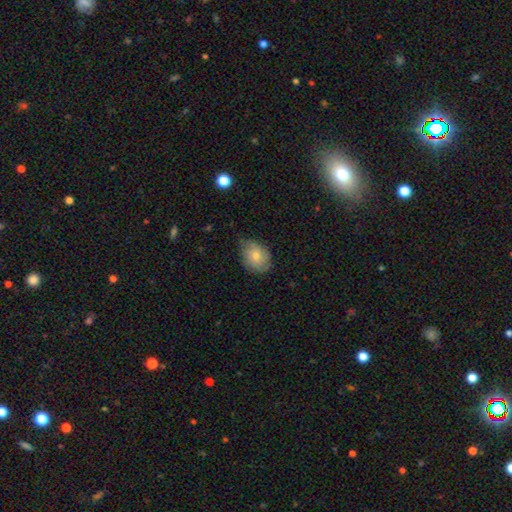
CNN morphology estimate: A smooth galaxy with no disk features (65%) that is in between round and cigar-shaped (62%). Merging: none (53%).